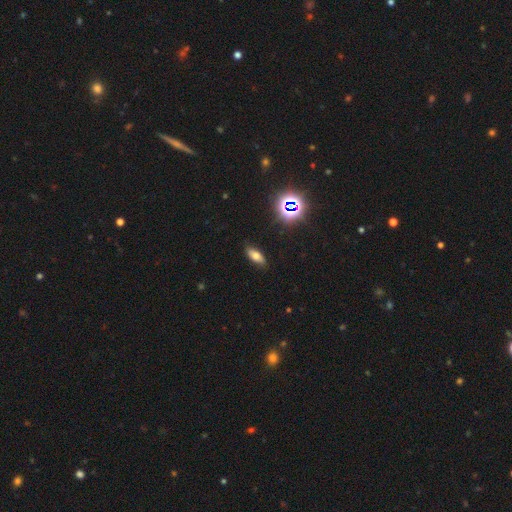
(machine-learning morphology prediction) Smooth or featured? Predicted: smooth (p=0.64). How rounded? Predicted: in between (p=0.77). Merging? Predicted: none (p=0.86).